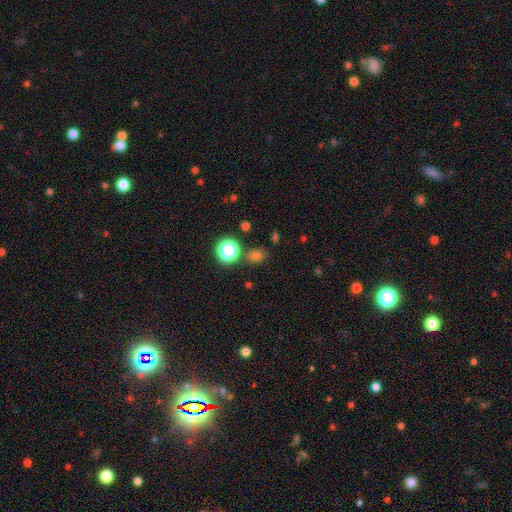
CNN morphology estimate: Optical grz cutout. It shows a smooth galaxy with no disk features (71%) that is round (60%). Merging: none (79%).